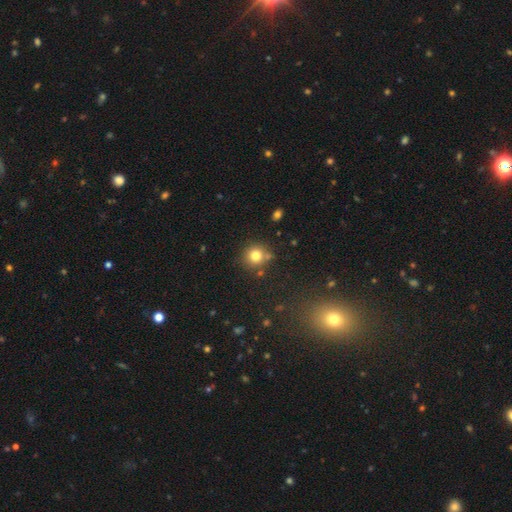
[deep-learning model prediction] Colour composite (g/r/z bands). It shows a smooth galaxy with no disk features (79%) that is round (92%). Merging: none (76%).